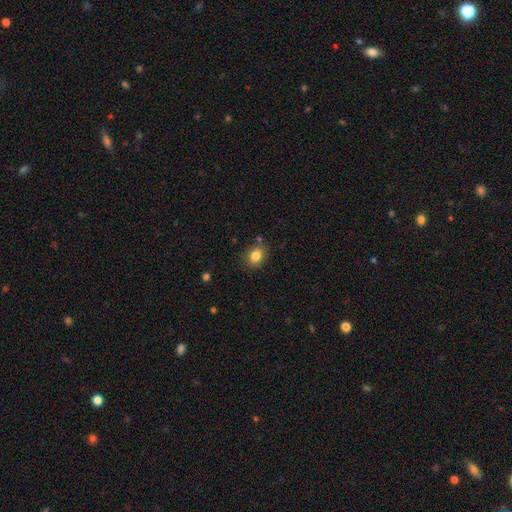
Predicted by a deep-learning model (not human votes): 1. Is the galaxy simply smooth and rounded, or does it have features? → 83% smooth, 10% star or artifact, 7% featured or disk.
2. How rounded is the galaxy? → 63% in between, 36% round, 1% cigar-shaped.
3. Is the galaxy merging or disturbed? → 80% none, 13% minor disturbance, 4% merger, 3% major disturbance.